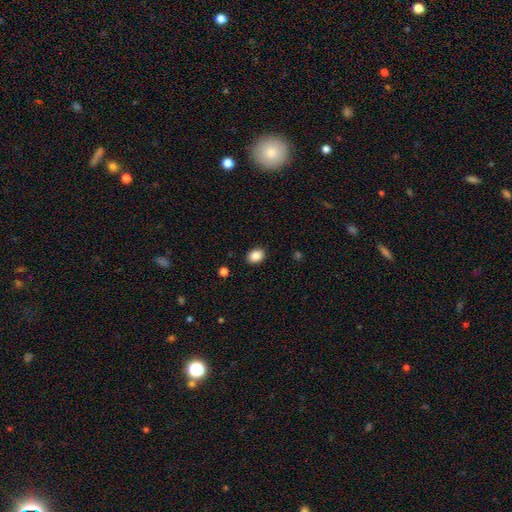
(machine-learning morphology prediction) type=smooth (88%); roundness=in between (66%); merging=none (89%).